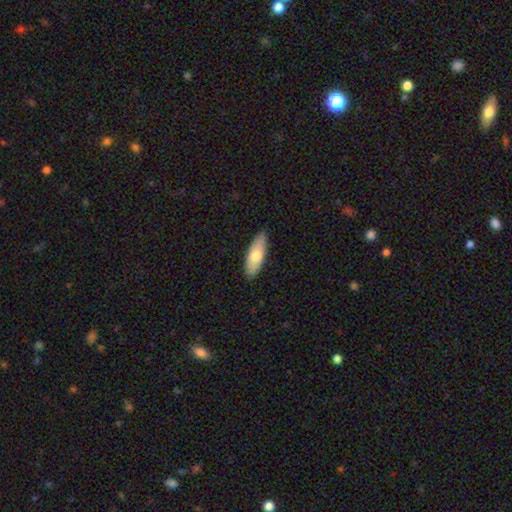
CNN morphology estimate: Smooth or featured: smooth — 71% (featured or disk — 24%)
How rounded: in between — 61% (cigar-shaped — 36%)
Merging: none — 88% (minor disturbance — 9%)